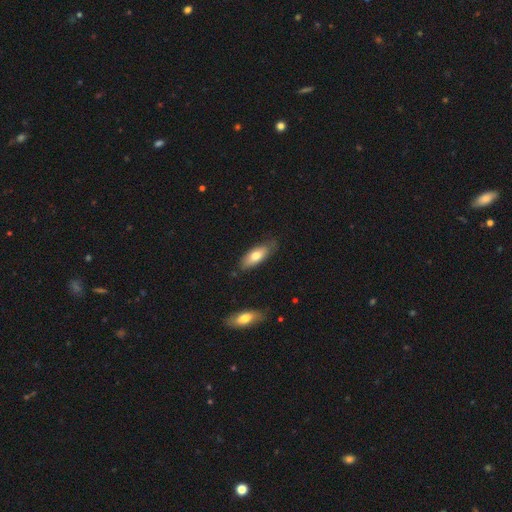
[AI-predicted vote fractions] A smooth galaxy with no disk features (71%) that is in between round and cigar-shaped (74%). Merging: none (75%).